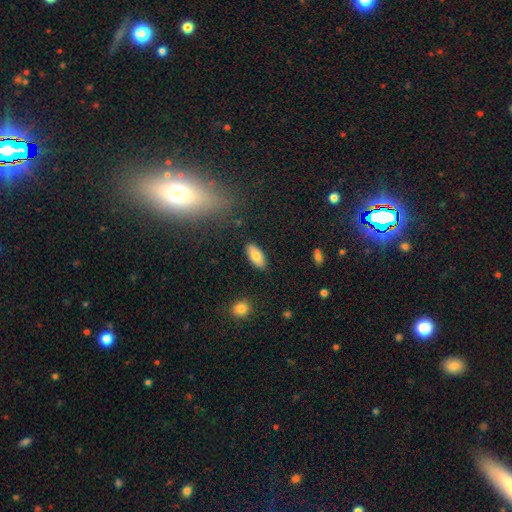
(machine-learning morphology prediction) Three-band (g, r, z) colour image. It shows a smooth galaxy with no disk features (80%) that is in between round and cigar-shaped (90%). Merging: none (87%).